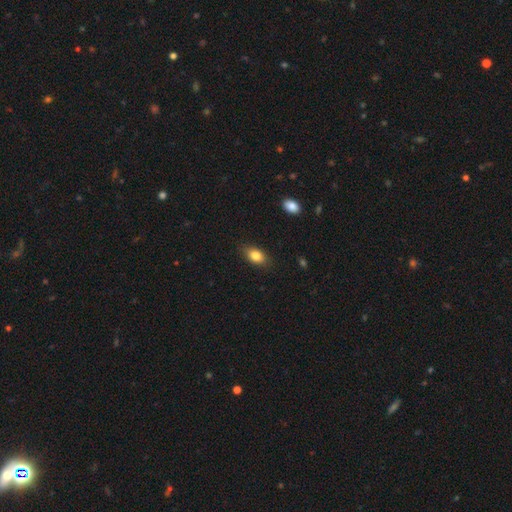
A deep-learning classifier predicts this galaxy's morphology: type=smooth (83%); roundness=in between (85%); merging=none (84%).